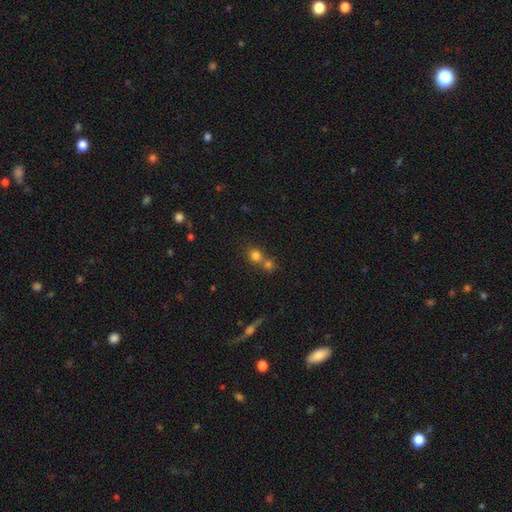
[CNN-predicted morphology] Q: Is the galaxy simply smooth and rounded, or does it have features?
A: smooth — 76%.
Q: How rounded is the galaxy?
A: round — 84%.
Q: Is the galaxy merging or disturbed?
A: none — 46%.